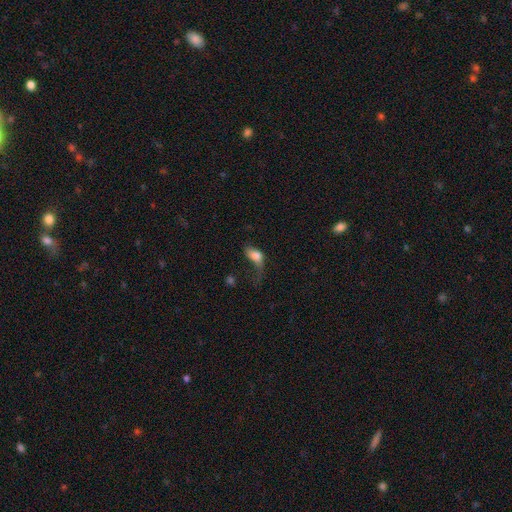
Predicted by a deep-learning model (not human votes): Morphology: type=smooth (67%); roundness=in between (84%); merging=major disturbance (56%).